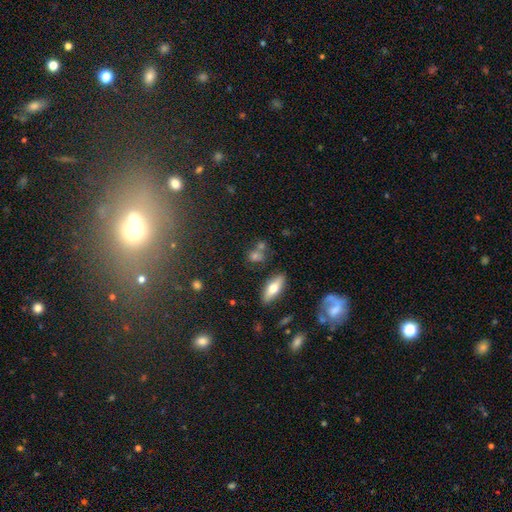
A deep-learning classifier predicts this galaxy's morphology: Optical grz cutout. It shows a smooth galaxy with no disk features (61%) that is in between round and cigar-shaped (50%). Merging: none (64%).